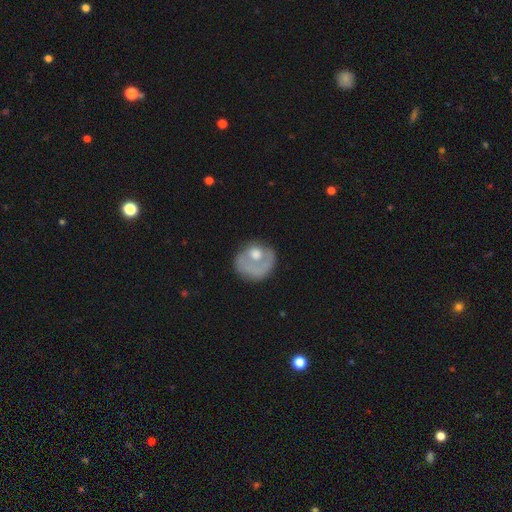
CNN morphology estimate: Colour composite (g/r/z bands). It shows a featured or disk galaxy (46%, tied with smooth). Merging: none (49%).